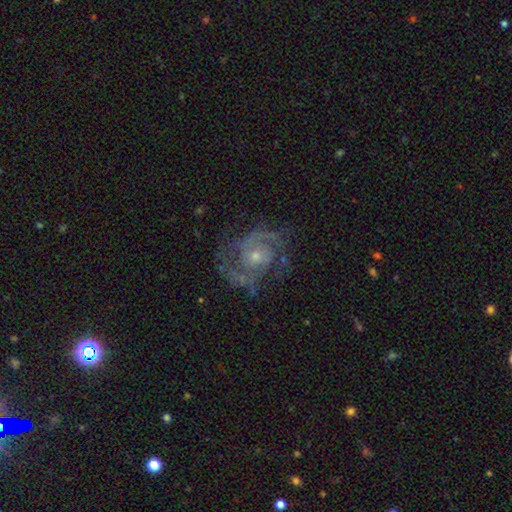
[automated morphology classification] Smooth or featured? Predicted: featured or disk (p=0.87). Edge-on disk? Predicted: no (p=0.98). Bar? Predicted: no (p=0.71). Spiral arms? Predicted: yes (p=0.95). Spiral winding? Predicted: medium (p=0.50). Spiral arm count? Predicted: 2 (p=0.72). Bulge size? Predicted: small (p=0.59). Merging? Predicted: none (p=0.69).